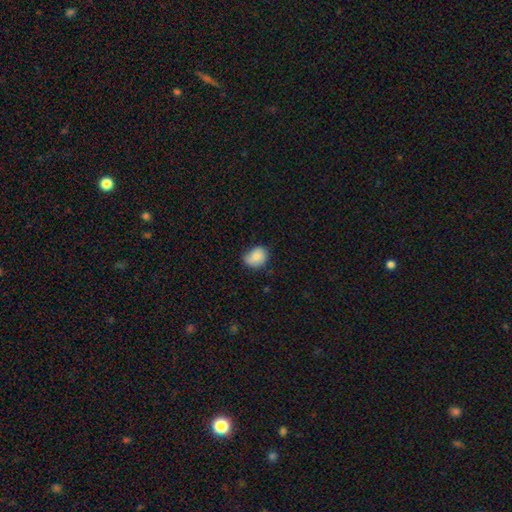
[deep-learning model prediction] Smooth or featured?
  - smooth: 83% *
  - featured or disk: 9%
  - star or artifact: 9%
How rounded?
  - in between: 51% *
  - round: 48%
  - cigar-shaped: 1%
Merging?
  - none: 65% *
  - minor disturbance: 28%
  - major disturbance: 5%
  - merger: 1%